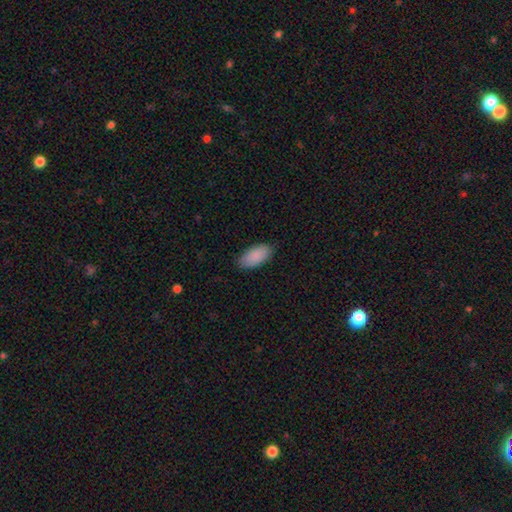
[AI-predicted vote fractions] smooth-or-featured: smooth: 90% | star or artifact: 6% | featured or disk: 4%
  how-rounded: in between: 94% | cigar-shaped: 4% | round: 2%
  merging: none: 86% | minor disturbance: 11% | major disturbance: 2% | merger: 1%